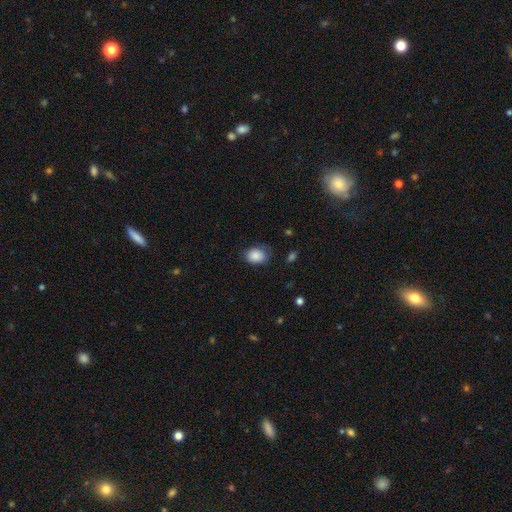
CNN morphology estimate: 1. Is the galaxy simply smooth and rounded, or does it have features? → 87% smooth, 8% star or artifact, 5% featured or disk.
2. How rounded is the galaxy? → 61% in between, 38% round, 1% cigar-shaped.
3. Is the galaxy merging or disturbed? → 70% none, 23% minor disturbance, 6% major disturbance, 1% merger.